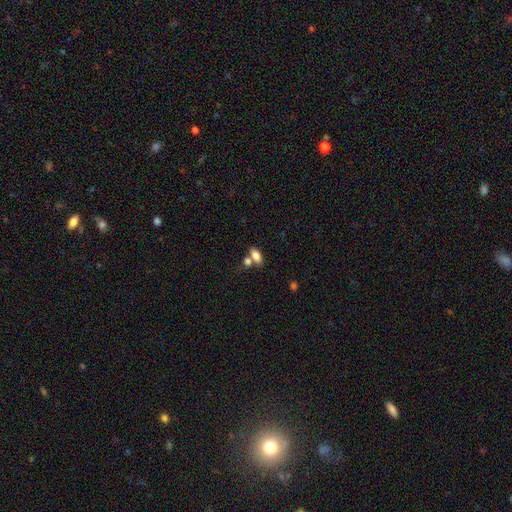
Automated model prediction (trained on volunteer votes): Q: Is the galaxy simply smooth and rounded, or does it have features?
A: smooth — 79%.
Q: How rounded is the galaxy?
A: in between — 84%.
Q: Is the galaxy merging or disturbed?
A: none — 48%.